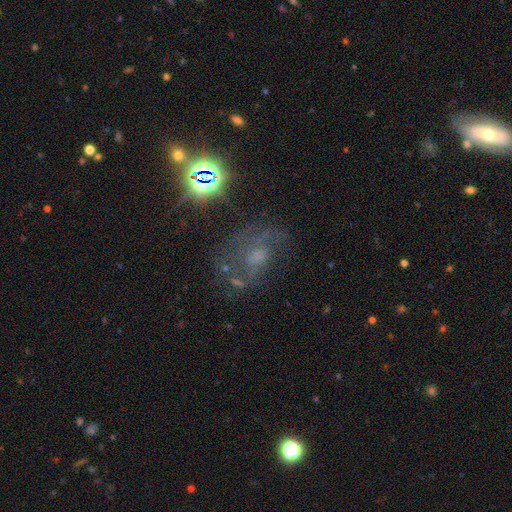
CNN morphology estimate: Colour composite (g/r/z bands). It shows a featured or disk galaxy (57%) with no bar (63%), spiral arms (70%) and a moderate central bulge (37%). Merging: none (55%).